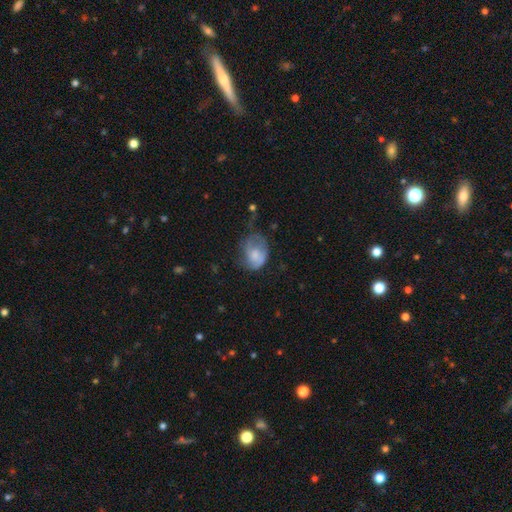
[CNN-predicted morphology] This appears to be a smooth galaxy with no disk features (52%) that is in between round and cigar-shaped (59%). Merging: none (34%).